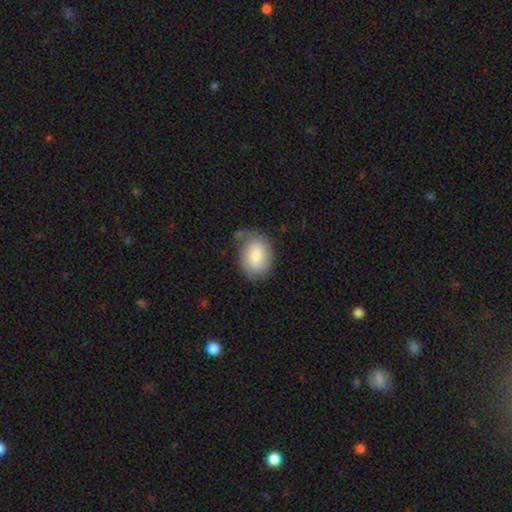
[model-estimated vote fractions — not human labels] smooth-or-featured: smooth: 79% | featured or disk: 14% | star or artifact: 7%
  how-rounded: in between: 75% | round: 24% | cigar-shaped: 1%
  merging: none: 61% | minor disturbance: 26% | major disturbance: 8% | merger: 5%